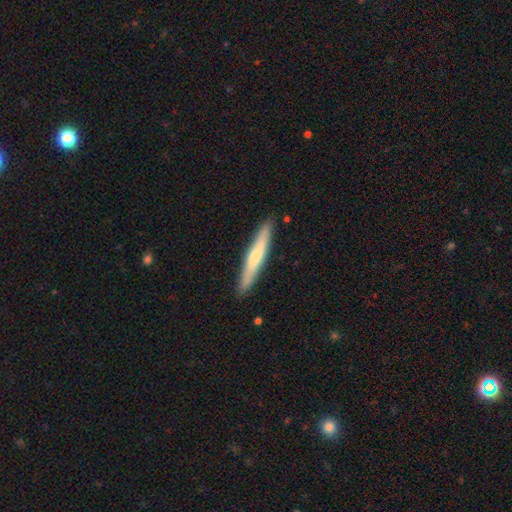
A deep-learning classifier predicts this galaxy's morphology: type=smooth (56%); roundness=cigar-shaped (95%); merging=none (89%).